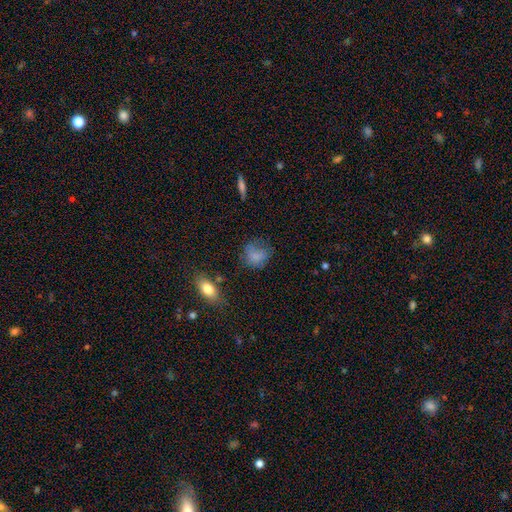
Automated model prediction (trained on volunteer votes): Smooth or featured: smooth — 77% (star or artifact — 12%)
How rounded: round — 58% (in between — 41%)
Merging: none — 53% (minor disturbance — 27%)